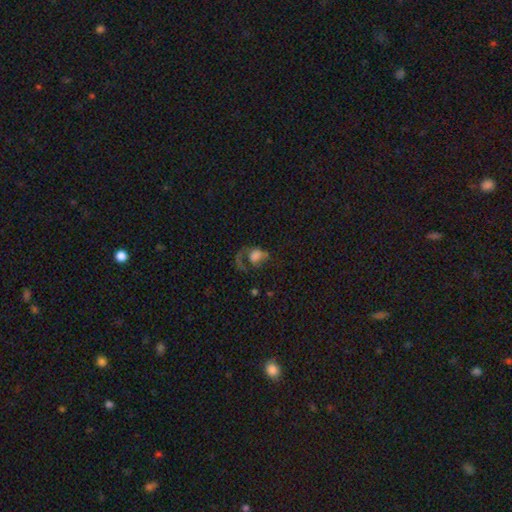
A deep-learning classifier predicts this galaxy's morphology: featured or disk 44%, smooth 42%, star or artifact 14%. Down the decision tree: merging — major disturbance (53%).